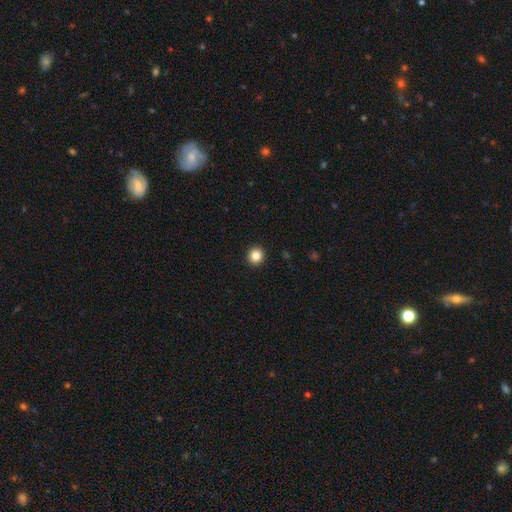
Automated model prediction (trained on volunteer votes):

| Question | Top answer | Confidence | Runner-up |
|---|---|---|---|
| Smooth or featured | smooth | 84% | star or artifact (11%) |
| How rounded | round | 94% | in between (6%) |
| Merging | none | 94% | minor disturbance (4%) |